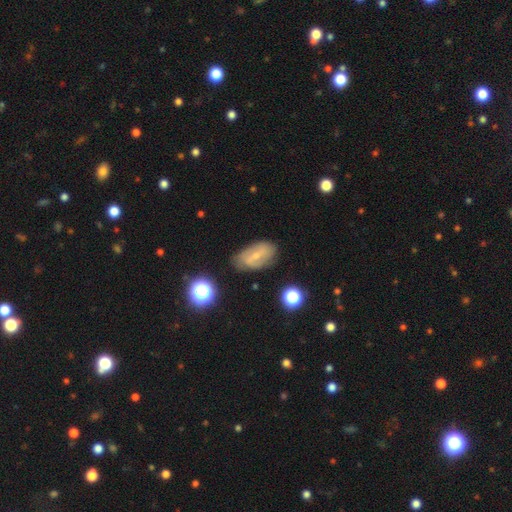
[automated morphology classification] Smooth or featured?
  - featured or disk: 57% *
  - smooth: 32%
  - star or artifact: 10%
Edge-on disk?
  - no: 92% *
  - yes: 8%
Bar?
  - weak: 47% *
  - no: 27%
  - strong: 26%
Spiral arms?
  - yes: 71% *
  - no: 29%
Bulge size?
  - small: 67% *
  - moderate: 26%
  - none: 4%
  - large: 1%
  - dominant: 1%
Merging?
  - none: 68% *
  - minor disturbance: 23%
  - major disturbance: 7%
  - merger: 2%